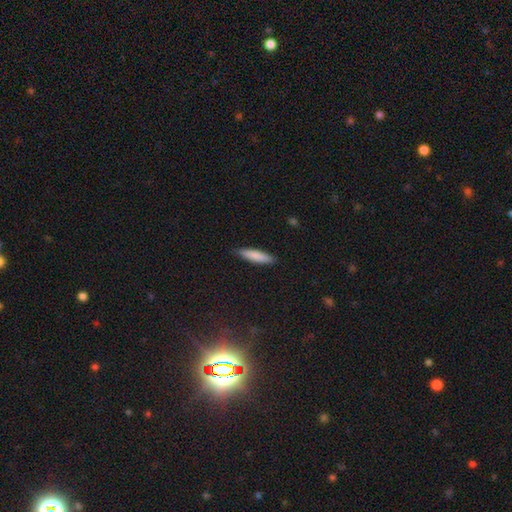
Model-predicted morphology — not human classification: smooth-or-featured: smooth: 83% | featured or disk: 11% | star or artifact: 6%
  how-rounded: cigar-shaped: 78% | in between: 21% | round: 1%
  merging: none: 87% | minor disturbance: 10% | major disturbance: 2% | merger: 1%